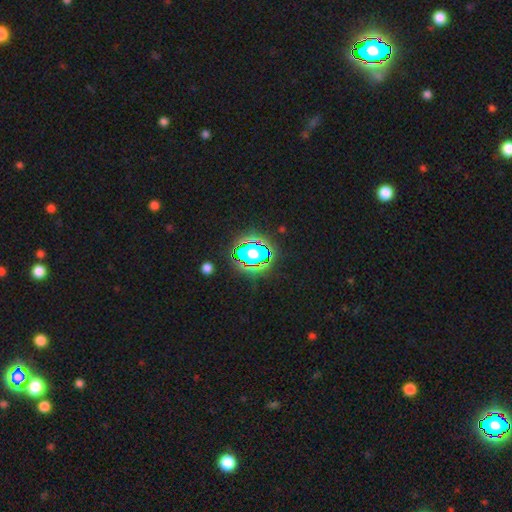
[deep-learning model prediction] Q: Smooth or featured?
A: star or artifact (80%); runner-up: smooth (13%)